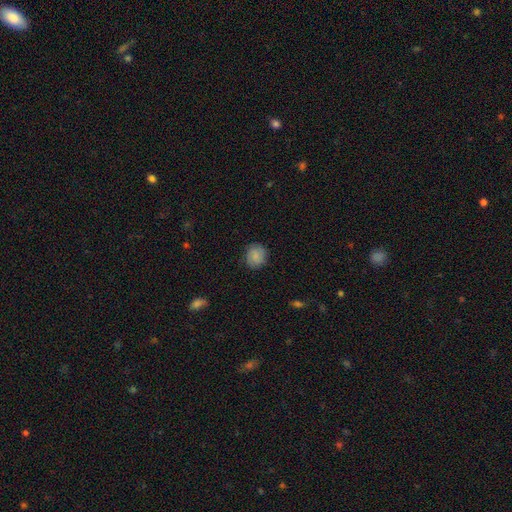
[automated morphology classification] This appears to be a smooth galaxy with no disk features (82%) that is round (81%). Merging: none (84%).